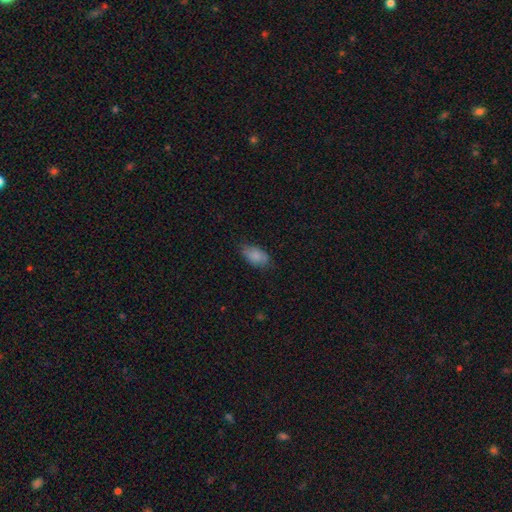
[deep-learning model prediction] Q: Smooth or featured?
A: smooth (85%); runner-up: featured or disk (8%)
Q: How rounded?
A: in between (93%); runner-up: round (5%)
Q: Merging?
A: none (70%); runner-up: minor disturbance (24%)